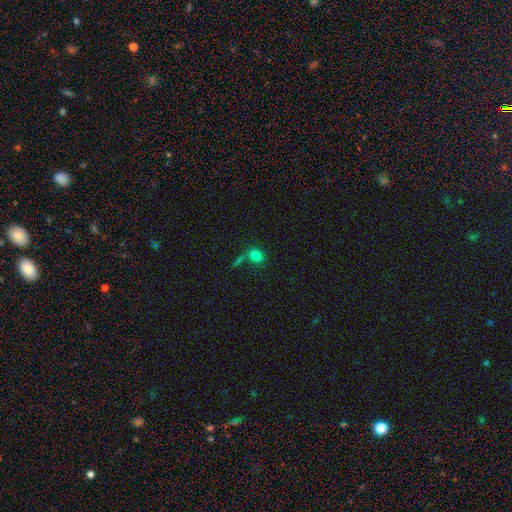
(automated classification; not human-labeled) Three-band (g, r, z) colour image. It shows a smooth galaxy with no disk features (80%) that is round (52%). Merging: none (56%).